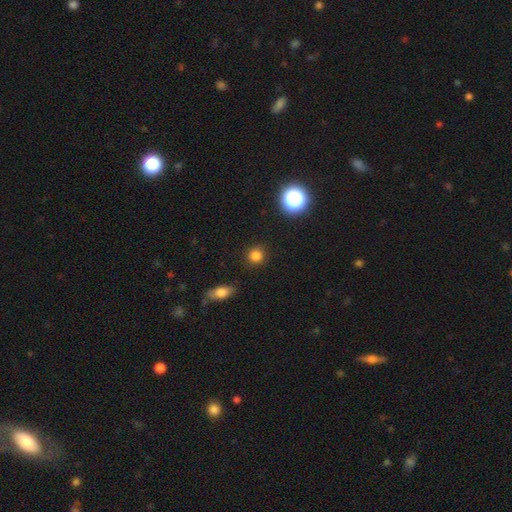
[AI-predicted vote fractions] Q: Smooth or featured?
A: smooth (81%); runner-up: star or artifact (15%)
Q: How rounded?
A: round (92%); runner-up: in between (7%)
Q: Merging?
A: none (89%); runner-up: minor disturbance (7%)